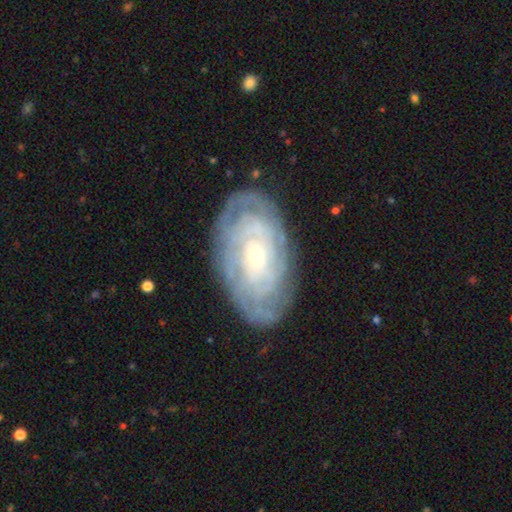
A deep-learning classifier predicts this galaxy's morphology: Q: Smooth or featured?
A: featured or disk (81%); runner-up: smooth (13%)
Q: Edge-on disk?
A: no (95%); runner-up: yes (5%)
Q: Bar?
A: no (76%); runner-up: weak (18%)
Q: Spiral arms?
A: yes (93%); runner-up: no (7%)
Q: Spiral winding?
A: tight (84%); runner-up: medium (13%)
Q: Spiral arm count?
A: can't tell (47%); runner-up: 4 (16%)
Q: Bulge size?
A: small (74%); runner-up: moderate (23%)
Q: Merging?
A: none (80%); runner-up: minor disturbance (14%)